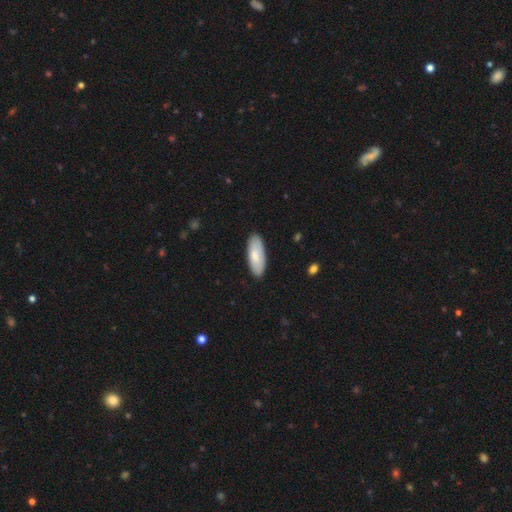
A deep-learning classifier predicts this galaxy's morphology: This appears to be a smooth galaxy with no disk features (81%) that is in between round and cigar-shaped (79%). Merging: none (88%).